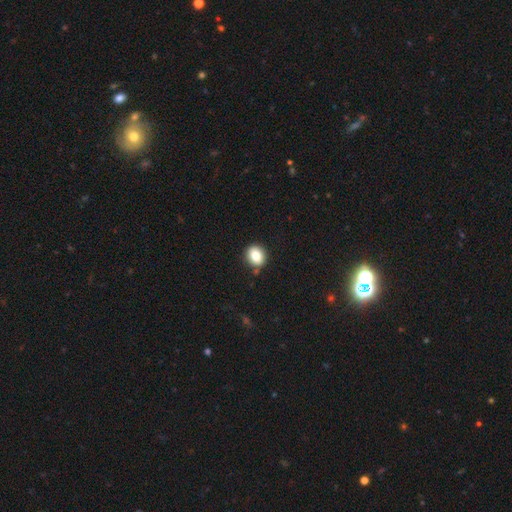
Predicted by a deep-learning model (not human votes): Smooth or featured?
  - smooth: 83% *
  - star or artifact: 9%
  - featured or disk: 8%
How rounded?
  - round: 66% *
  - in between: 33%
  - cigar-shaped: 1%
Merging?
  - none: 85% *
  - minor disturbance: 10%
  - merger: 3%
  - major disturbance: 2%